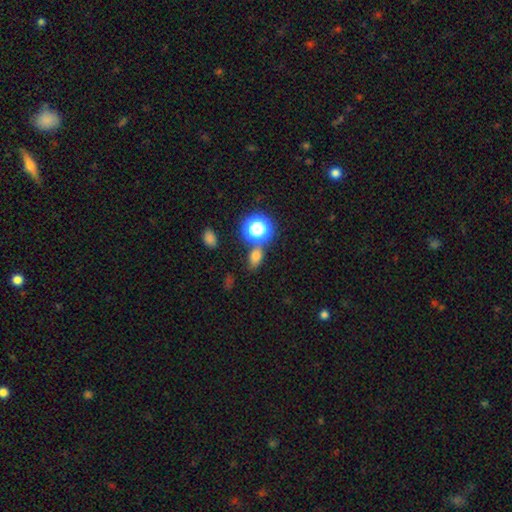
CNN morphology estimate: A smooth galaxy with no disk features (70%) that is in between round and cigar-shaped (65%). Merging: none (70%).